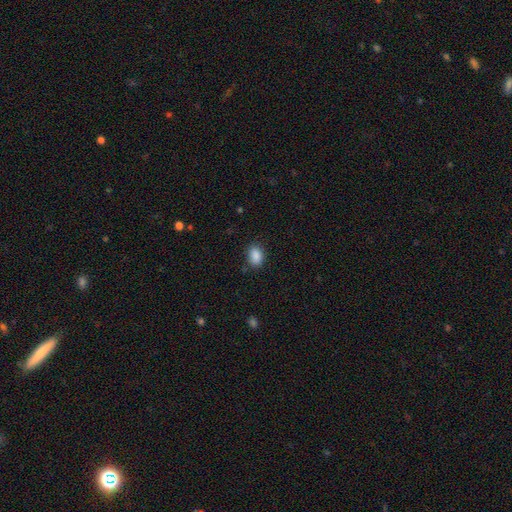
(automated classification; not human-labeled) Smooth or featured?
  - smooth: 88% *
  - star or artifact: 8%
  - featured or disk: 3%
How rounded?
  - in between: 82% *
  - round: 16%
  - cigar-shaped: 1%
Merging?
  - none: 83% *
  - minor disturbance: 12%
  - major disturbance: 3%
  - merger: 2%